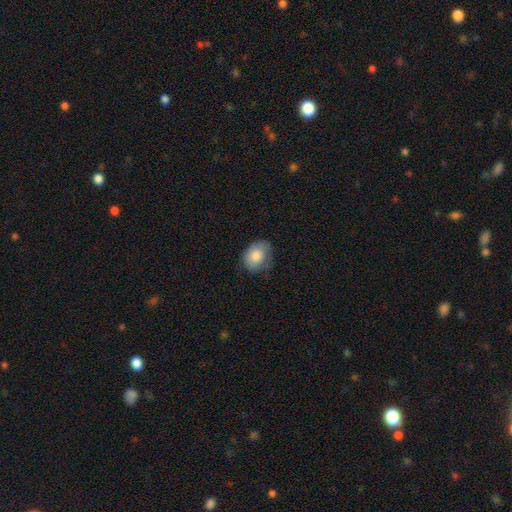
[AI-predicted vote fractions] A smooth galaxy with no disk features (81%) that is in between round and cigar-shaped (61%).

Vote fractions:
- Smooth or featured? smooth: 81% / featured or disk: 12% / star or artifact: 7%
- How rounded? in between: 61% / round: 39% / cigar-shaped: 1%
- Merging? none: 67% / minor disturbance: 26% / major disturbance: 6% / merger: 1%